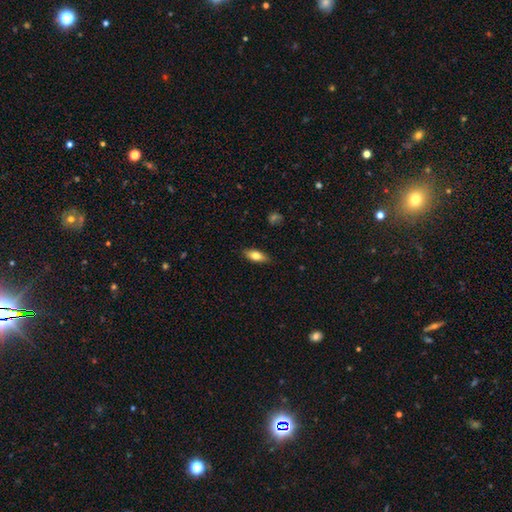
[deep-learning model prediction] A smooth galaxy with no disk features (74%) that is in between round and cigar-shaped (75%).

Vote fractions:
- Smooth or featured? smooth: 74% / featured or disk: 19% / star or artifact: 7%
- How rounded? in between: 75% / cigar-shaped: 23% / round: 3%
- Merging? none: 86% / minor disturbance: 11% / major disturbance: 2% / merger: 1%